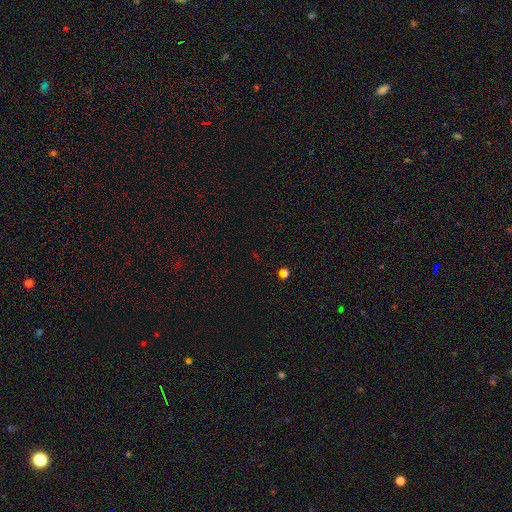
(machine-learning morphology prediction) This is likely a star or artifact rather than a galaxy (60%).